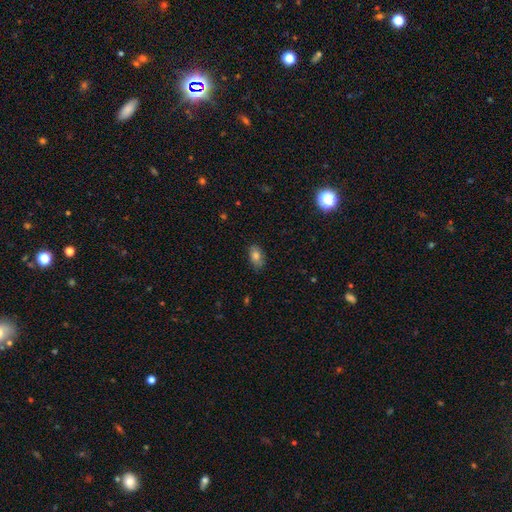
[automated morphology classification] Overall: smooth (80%). How rounded: in between (88%). Merging: none (77%).